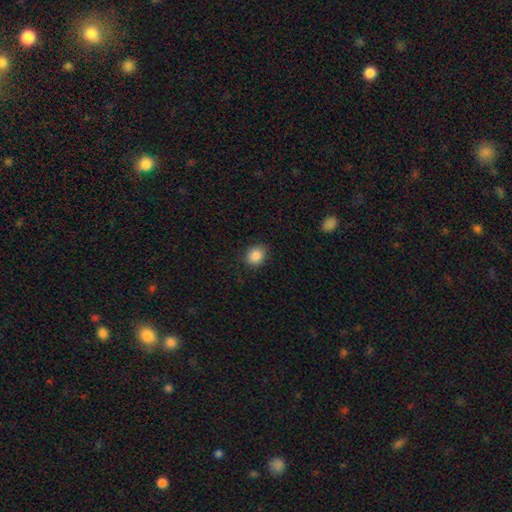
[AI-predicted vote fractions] smooth_or_featured: smooth (p=0.87) [alt: star or artifact p=0.09]
how_rounded: round (p=0.64) [alt: in between p=0.36]
merging: none (p=0.87) [alt: minor disturbance p=0.10]